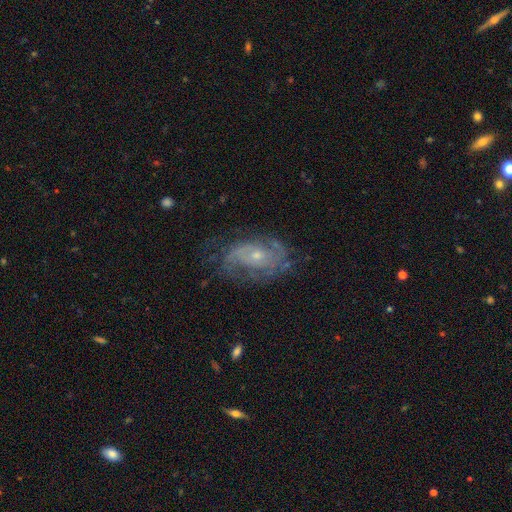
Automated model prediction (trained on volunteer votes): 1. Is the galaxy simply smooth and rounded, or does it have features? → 75% featured or disk, 16% smooth, 9% star or artifact.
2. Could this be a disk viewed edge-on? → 96% no, 4% yes.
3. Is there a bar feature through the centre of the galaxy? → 72% no, 24% weak, 4% strong.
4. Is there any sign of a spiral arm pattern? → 85% yes, 15% no.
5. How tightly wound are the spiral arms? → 41% tight, 40% medium, 19% loose.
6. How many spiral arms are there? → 44% 2, 33% can't tell, 9% 3, 7% 1, 3% 4, 3% more than 4.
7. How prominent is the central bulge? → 62% small, 33% moderate, 2% none, 2% large, 1% dominant.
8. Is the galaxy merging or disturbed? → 63% none, 22% minor disturbance, 14% major disturbance, 2% merger.